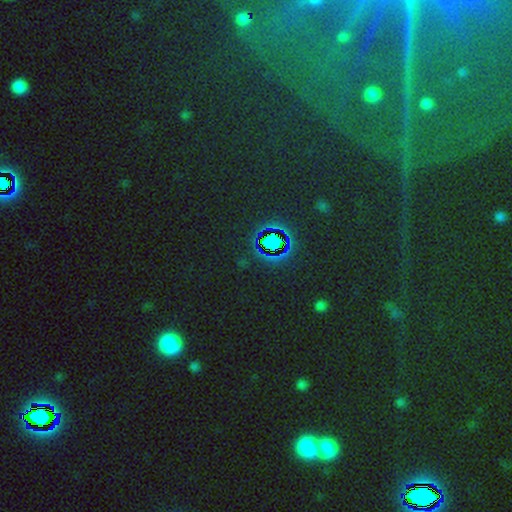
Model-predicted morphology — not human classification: smooth-or-featured: star or artifact: 79% | smooth: 12% | featured or disk: 9%